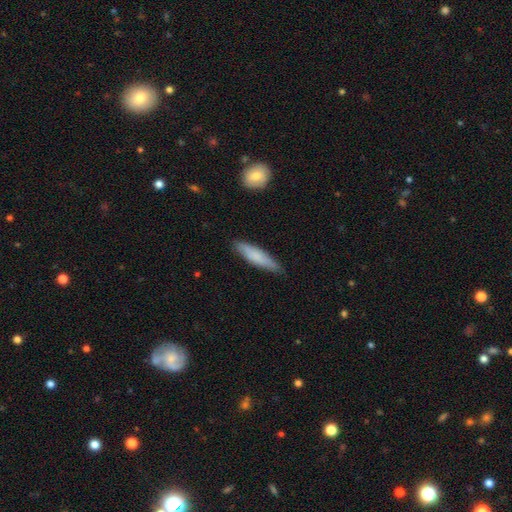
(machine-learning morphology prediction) Smooth or featured? smooth (74%)
How rounded? cigar-shaped (80%)
Merging? none (83%)